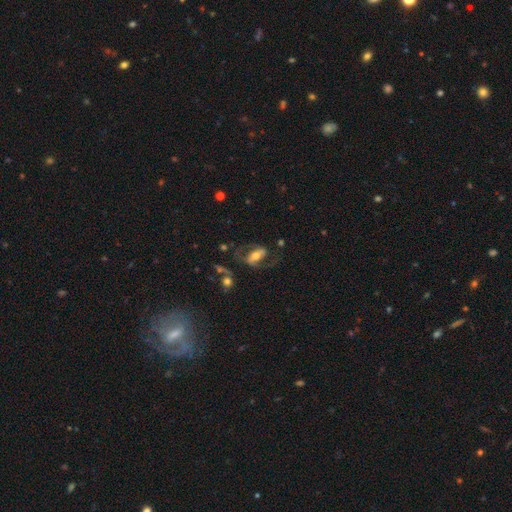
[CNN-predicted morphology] featured or disk 67%, smooth 26%, star or artifact 7%. Down the decision tree: edge-on disk — no (90%); bar — strong (45%); spiral arms — yes (73%); bulge size — moderate (63%); merging — none (55%).